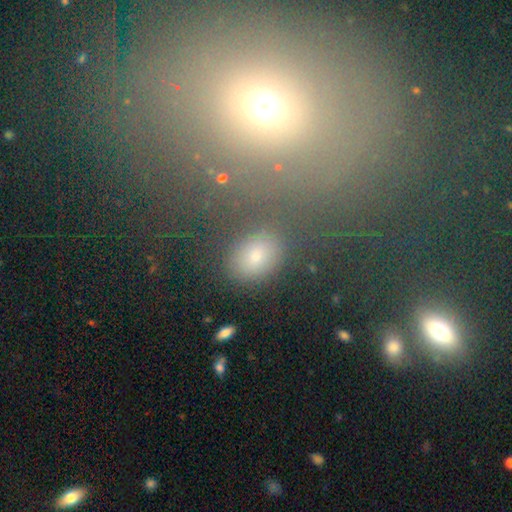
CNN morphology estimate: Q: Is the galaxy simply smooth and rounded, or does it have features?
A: smooth — 69%.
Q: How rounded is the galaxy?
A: in between — 68%.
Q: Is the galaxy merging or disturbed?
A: none — 83%.